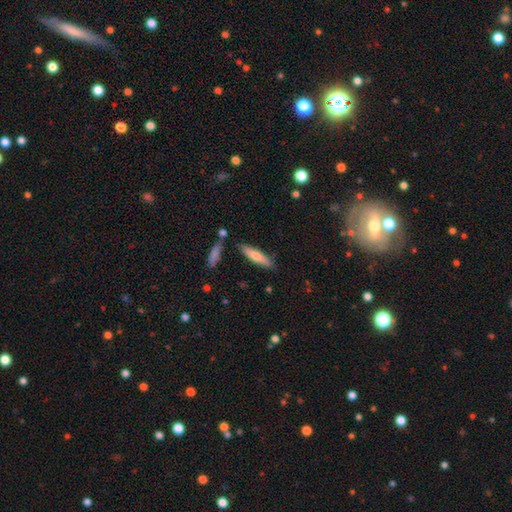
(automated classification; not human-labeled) Overall: smooth (66%; featured or disk 28%). How rounded: cigar-shaped (79%). Merging: none (81%).